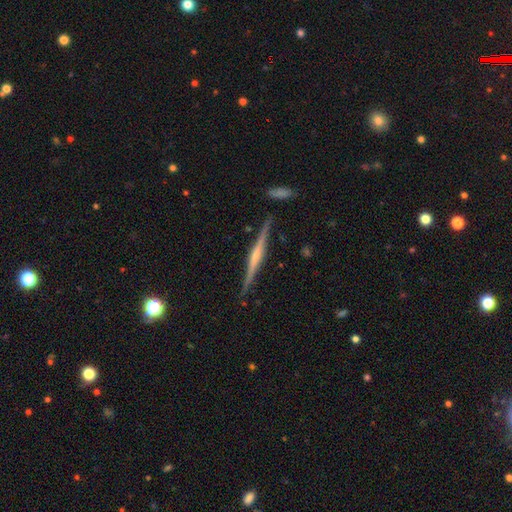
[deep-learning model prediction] Q: Smooth or featured?
A: featured or disk (77%); runner-up: smooth (18%)
Q: Edge-on disk?
A: yes (98%); runner-up: no (2%)
Q: Edge-on bulge?
A: rounded (55%); runner-up: none (29%)
Q: Merging?
A: none (87%); runner-up: minor disturbance (9%)